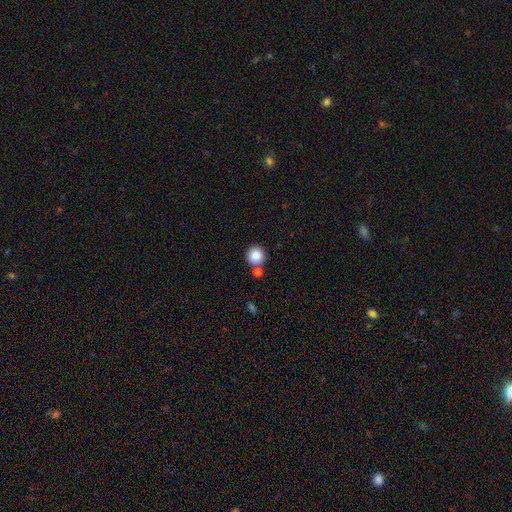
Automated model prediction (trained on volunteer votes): The model was most divided on "merging": none: 76%, merger: 15%, minor disturbance: 7%, major disturbance: 2%. More confident: how rounded — round (94%); smooth or featured — smooth (84%).